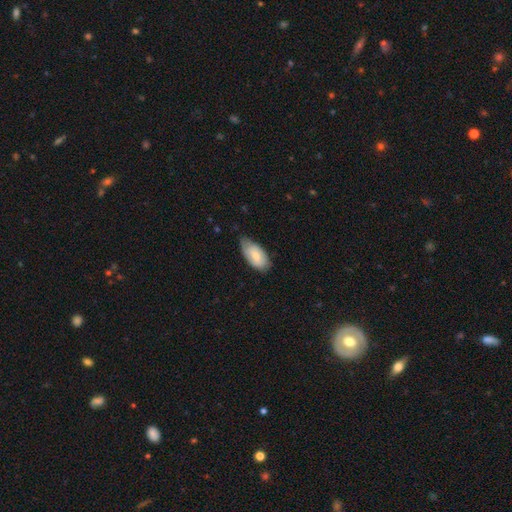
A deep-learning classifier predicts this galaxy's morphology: Smooth or featured?
  - smooth: 66% *
  - featured or disk: 28%
  - star or artifact: 6%
How rounded?
  - in between: 93% *
  - cigar-shaped: 4%
  - round: 3%
Merging?
  - none: 59% *
  - minor disturbance: 34%
  - major disturbance: 6%
  - merger: 1%